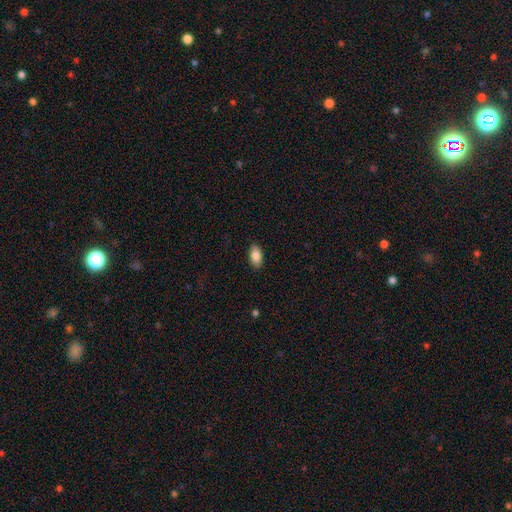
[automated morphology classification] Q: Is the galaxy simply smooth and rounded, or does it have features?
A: smooth — 86%.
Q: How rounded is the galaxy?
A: in between — 92%.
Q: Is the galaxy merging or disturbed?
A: none — 88%.